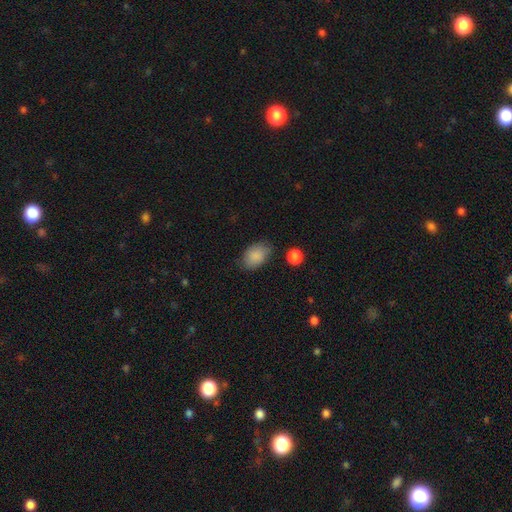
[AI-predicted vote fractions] Overall: smooth (87%). How rounded: in between (86%). Merging: none (74%).